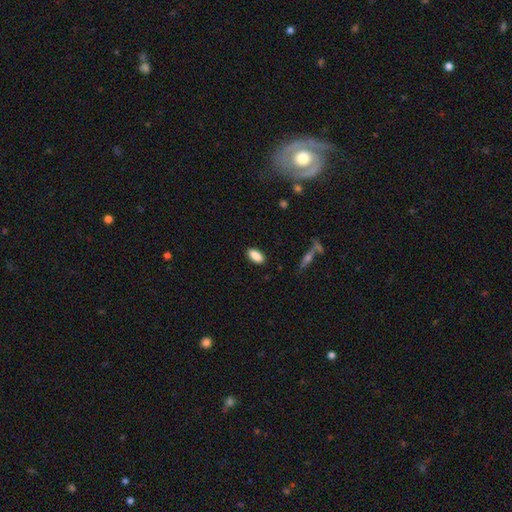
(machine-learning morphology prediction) This is clearly a smooth galaxy (88%). How rounded: clearly in between (89%). Merging: clearly none (88%).